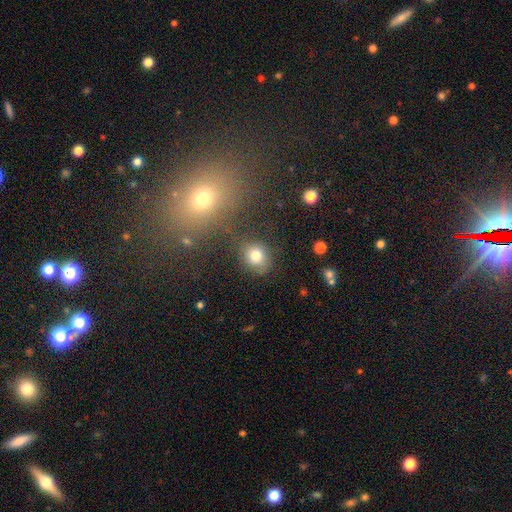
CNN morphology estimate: Overall: smooth (80%). How rounded: round (66%; in between 33%). Merging: none (73%).